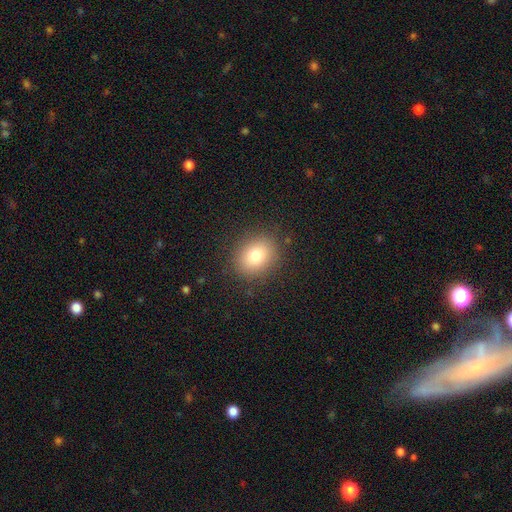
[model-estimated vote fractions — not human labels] A smooth galaxy with no disk features (78%) that is round (57%).

Vote fractions:
- Smooth or featured? smooth: 78% / star or artifact: 11% / featured or disk: 11%
- How rounded? round: 57% / in between: 42% / cigar-shaped: 1%
- Merging? none: 87% / minor disturbance: 9% / major disturbance: 3% / merger: 1%